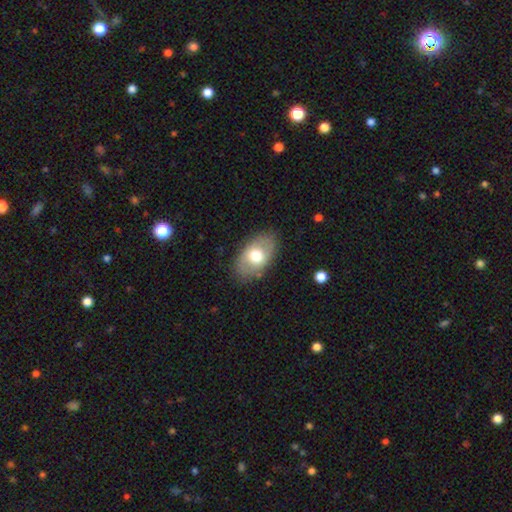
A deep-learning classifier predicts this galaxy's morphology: smooth_or_featured: smooth (p=0.62) [alt: featured or disk p=0.32]
how_rounded: in between (p=0.91) [alt: round p=0.08]
merging: none (p=0.81) [alt: minor disturbance p=0.14]